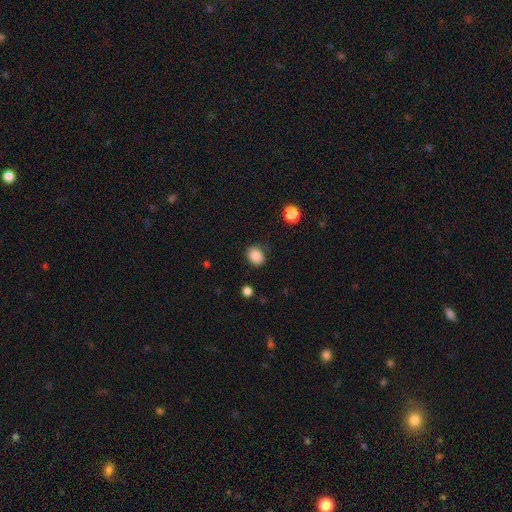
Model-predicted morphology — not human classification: This appears to be a smooth galaxy with no disk features (87%) that is round (59%). Merging: none (81%).